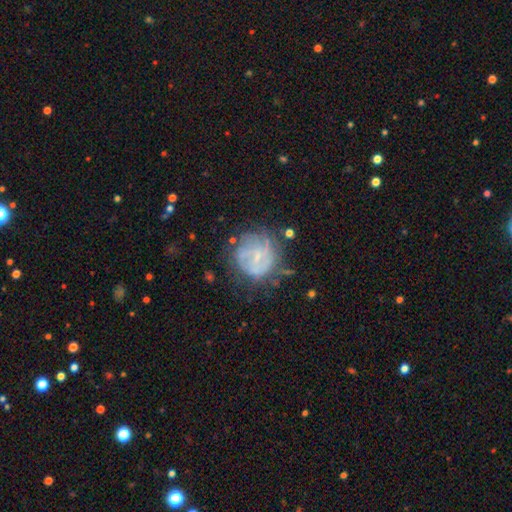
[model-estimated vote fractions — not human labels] A featured or disk galaxy (63%) with no bar (54%), spiral arms (62%) and a small central bulge (63%).

Vote fractions:
- Smooth or featured? featured or disk: 63% / smooth: 27% / star or artifact: 10%
- Edge-on disk? no: 98% / yes: 2%
- Bar? no: 54% / weak: 37% / strong: 9%
- Spiral arms? yes: 62% / no: 38%
- Bulge size? small: 63% / none: 19% / moderate: 15% / large: 1% / dominant: 1%
- Merging? none: 58% / minor disturbance: 23% / major disturbance: 16% / merger: 4%